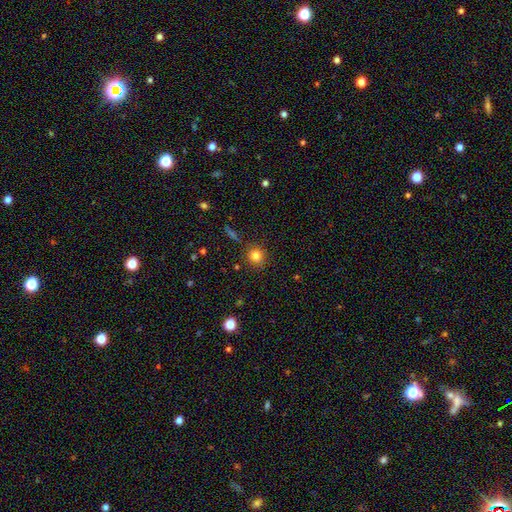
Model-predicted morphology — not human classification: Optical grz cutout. It shows a smooth galaxy with no disk features (81%) that is round (90%). Merging: none (86%).